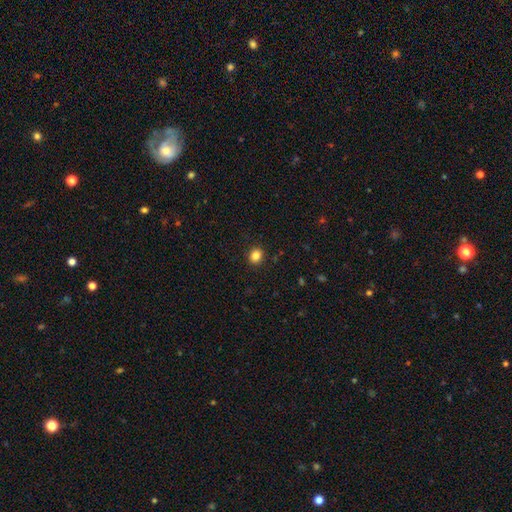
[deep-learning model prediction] Smooth or featured? Predicted: smooth (p=0.85). How rounded? Predicted: round (p=0.71). Merging? Predicted: none (p=0.91).